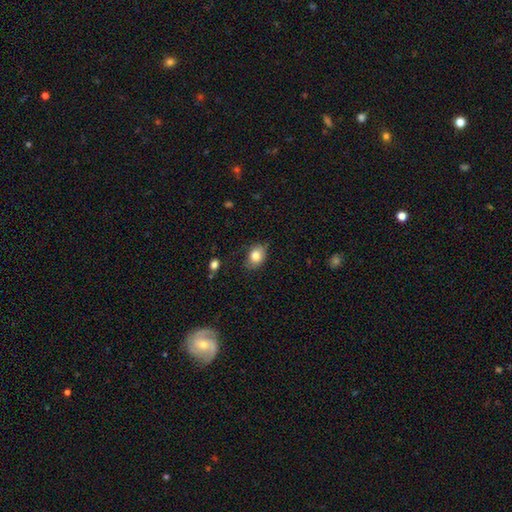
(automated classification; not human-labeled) smooth-or-featured: smooth: 80% | featured or disk: 11% | star or artifact: 8%
  how-rounded: in between: 70% | round: 29% | cigar-shaped: 1%
  merging: none: 69% | minor disturbance: 24% | major disturbance: 5% | merger: 2%